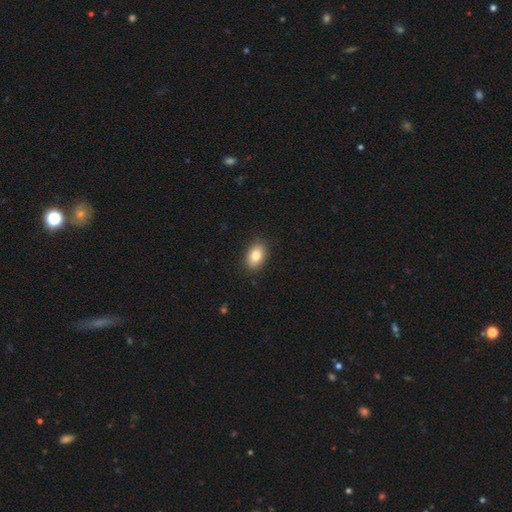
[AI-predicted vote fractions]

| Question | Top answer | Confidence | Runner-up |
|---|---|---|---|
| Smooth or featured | smooth | 83% | featured or disk (9%) |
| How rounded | in between | 83% | round (16%) |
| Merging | none | 88% | minor disturbance (9%) |